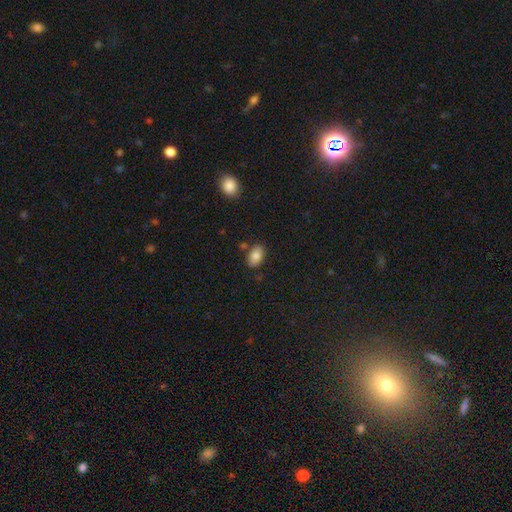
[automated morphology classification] Q: Smooth or featured?
A: smooth (85%); runner-up: star or artifact (8%)
Q: How rounded?
A: in between (91%); runner-up: round (7%)
Q: Merging?
A: none (80%); runner-up: minor disturbance (12%)